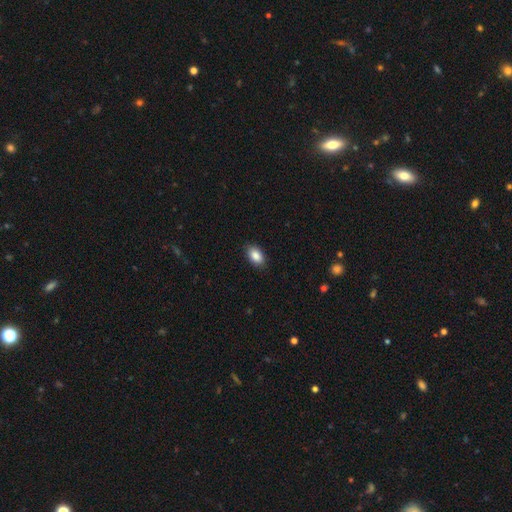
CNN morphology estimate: A smooth galaxy with no disk features (88%) that is in between round and cigar-shaped (91%). Merging: none (88%).